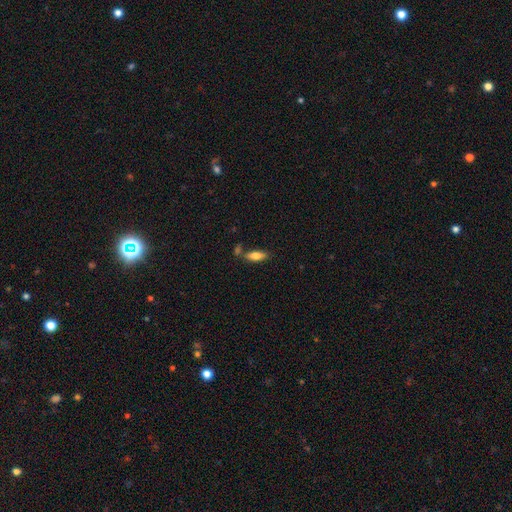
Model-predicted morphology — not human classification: smooth 75%, featured or disk 18%, star or artifact 7%. Down the decision tree: how rounded — in between (69%); merging — none (67%).